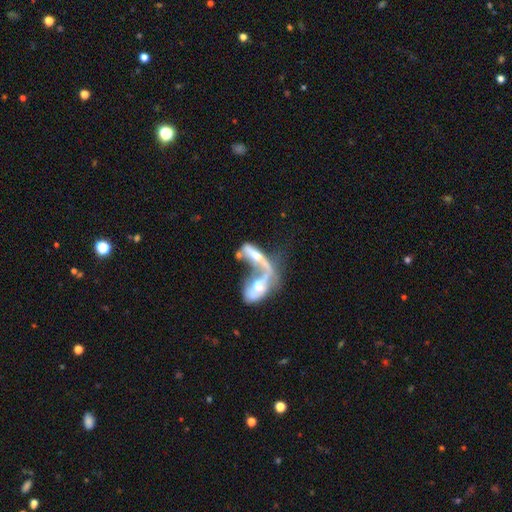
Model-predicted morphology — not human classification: smooth_or_featured: featured or disk (p=0.56) [alt: smooth p=0.36]
disk_edge_on: no (p=0.73) [alt: yes p=0.27]
merging: merger (p=0.72) [alt: major disturbance p=0.15]